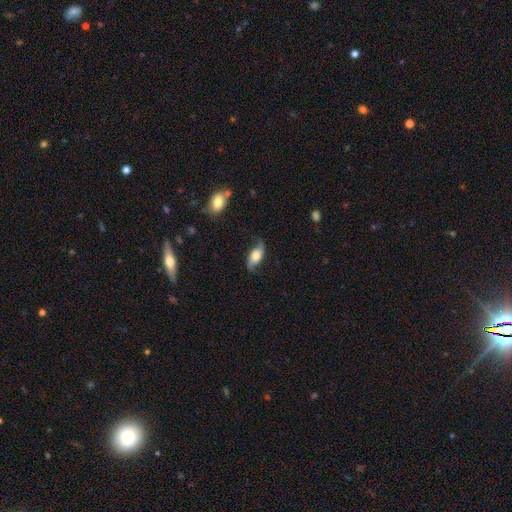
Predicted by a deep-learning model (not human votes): Q: Smooth or featured?
A: smooth (47%); runner-up: featured or disk (45%)
Q: Merging?
A: none (70%); runner-up: minor disturbance (21%)